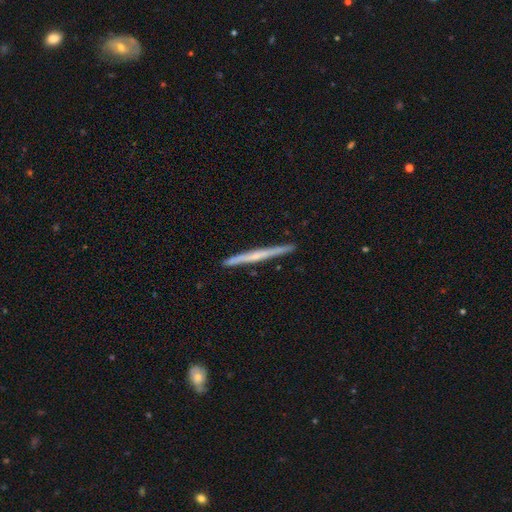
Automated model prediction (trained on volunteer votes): Smooth or featured? Predicted: featured or disk (p=0.61). Edge-on disk? Predicted: yes (p=0.98). Edge-on bulge? Predicted: none (p=0.65). Merging? Predicted: none (p=0.91).